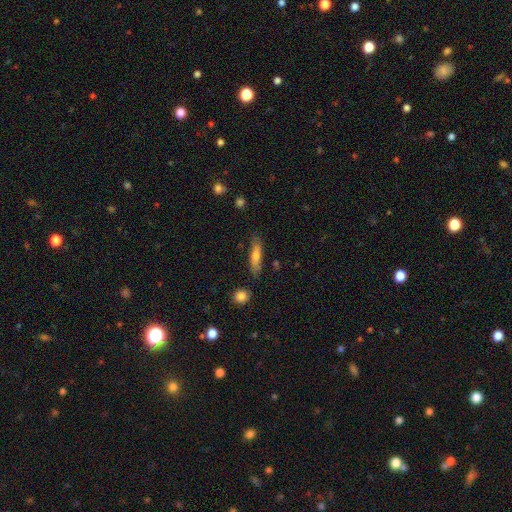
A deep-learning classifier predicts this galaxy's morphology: smooth 66%, featured or disk 28%, star or artifact 7%. Down the decision tree: how rounded — cigar-shaped (77%); merging — none (80%).